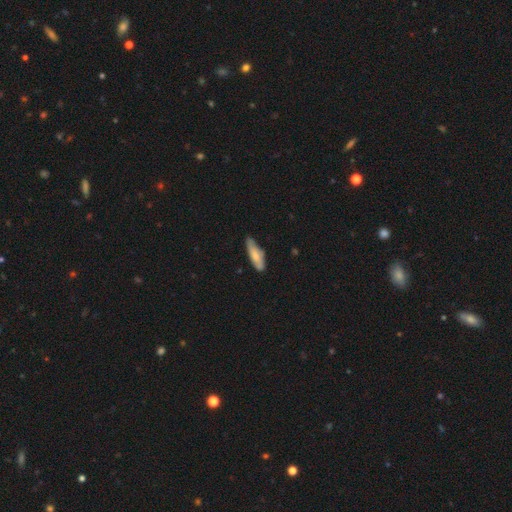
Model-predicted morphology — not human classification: Smooth or featured: smooth — 70% (featured or disk — 24%)
How rounded: cigar-shaped — 49% (tied with in between — 49%)
Merging: none — 60% (minor disturbance — 33%)